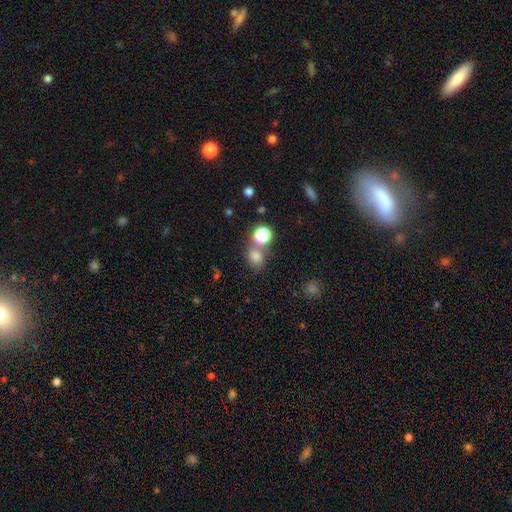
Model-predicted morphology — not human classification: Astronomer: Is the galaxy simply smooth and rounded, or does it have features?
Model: smooth — 72%.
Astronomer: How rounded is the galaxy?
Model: round — 55% (runner-up: in between, 44%).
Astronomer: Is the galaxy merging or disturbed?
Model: none — 60%.